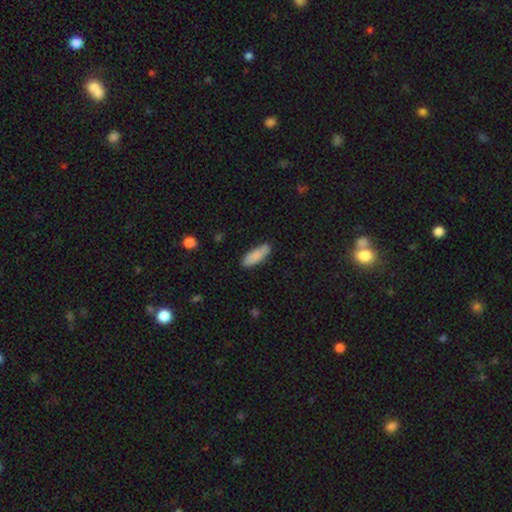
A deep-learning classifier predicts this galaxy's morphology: Q: Smooth or featured?
A: smooth (87%); runner-up: featured or disk (7%)
Q: How rounded?
A: in between (56%); runner-up: cigar-shaped (42%)
Q: Merging?
A: none (85%); runner-up: minor disturbance (12%)